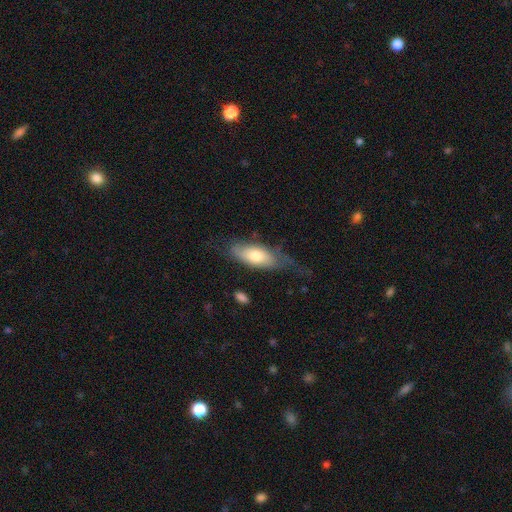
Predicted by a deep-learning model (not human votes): A smooth galaxy with no disk features (64%) that is in between round and cigar-shaped (78%). Merging: none (41%).